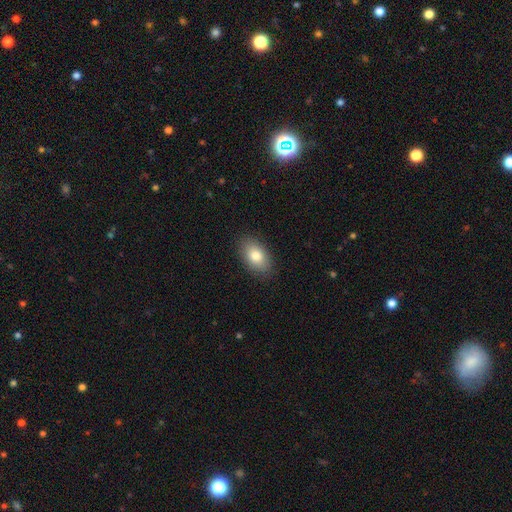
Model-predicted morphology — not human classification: Smooth or featured? Predicted: smooth (p=0.81). How rounded? Predicted: in between (p=0.90). Merging? Predicted: none (p=0.88).